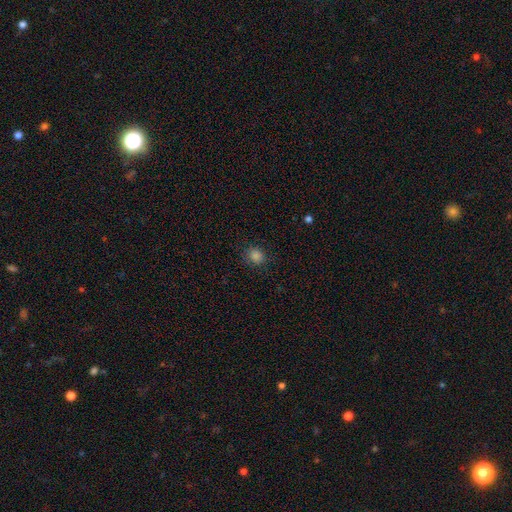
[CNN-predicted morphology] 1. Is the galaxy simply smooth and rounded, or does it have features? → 82% smooth, 14% star or artifact, 4% featured or disk.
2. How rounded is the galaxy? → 76% round, 23% in between, 1% cigar-shaped.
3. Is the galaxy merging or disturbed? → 87% none, 9% minor disturbance, 3% major disturbance, 1% merger.